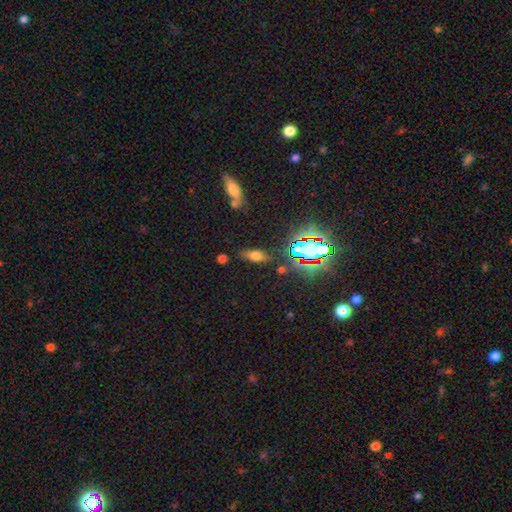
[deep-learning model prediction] Smooth or featured?
  - smooth: 59% *
  - star or artifact: 23%
  - featured or disk: 18%
How rounded?
  - in between: 75% *
  - cigar-shaped: 17%
  - round: 8%
Merging?
  - none: 73% *
  - minor disturbance: 16%
  - major disturbance: 6%
  - merger: 5%